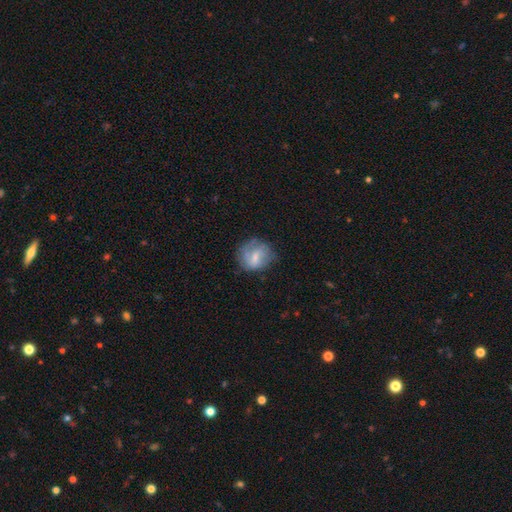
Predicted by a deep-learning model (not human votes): Morphology: type=smooth (53%); roundness=round (74%); merging=none (60%).